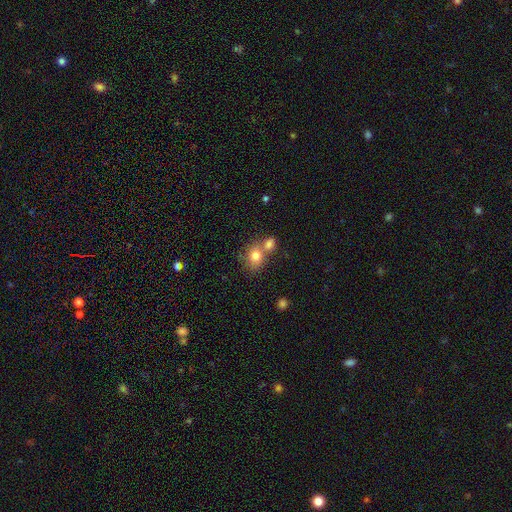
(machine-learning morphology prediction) smooth_or_featured: smooth (p=0.78) [alt: featured or disk p=0.12]
how_rounded: round (p=0.63) [alt: in between p=0.36]
merging: merger (p=0.43) [tied with: none p=0.43]